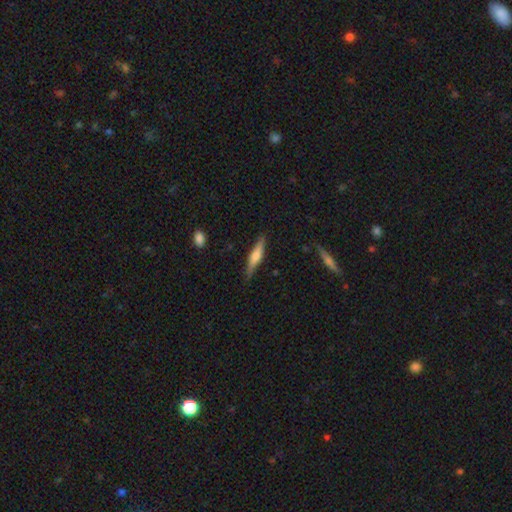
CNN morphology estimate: type=smooth (50%); roundness=cigar-shaped (83%); merging=none (81%).